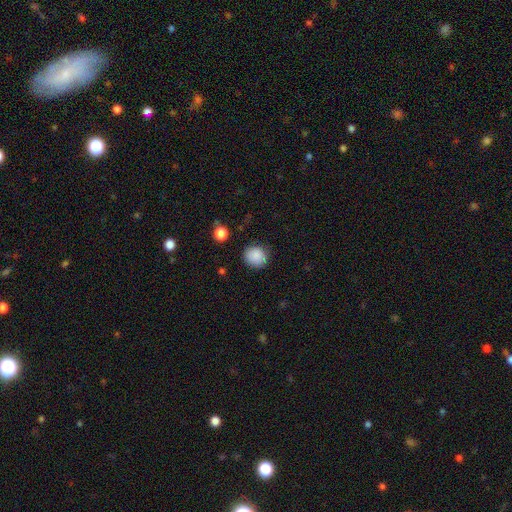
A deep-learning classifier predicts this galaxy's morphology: smooth 88%, star or artifact 9%, featured or disk 4%. Down the decision tree: how rounded — round (83%); merging — none (85%).